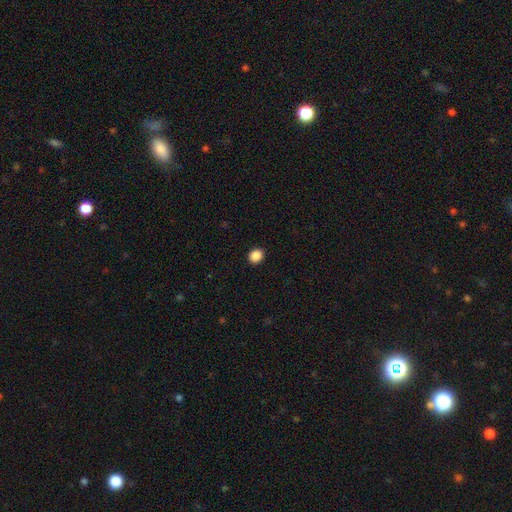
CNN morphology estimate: Smooth or featured?
  - smooth: 88% *
  - star or artifact: 9%
  - featured or disk: 2%
How rounded?
  - round: 69% *
  - in between: 30%
  - cigar-shaped: 1%
Merging?
  - none: 92% *
  - minor disturbance: 5%
  - major disturbance: 2%
  - merger: 1%